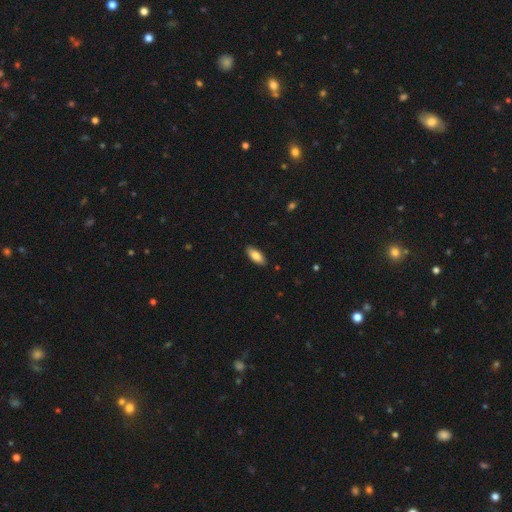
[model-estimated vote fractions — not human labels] smooth 82%, featured or disk 12%, star or artifact 6%. Down the decision tree: how rounded — in between (83%); merging — none (88%).